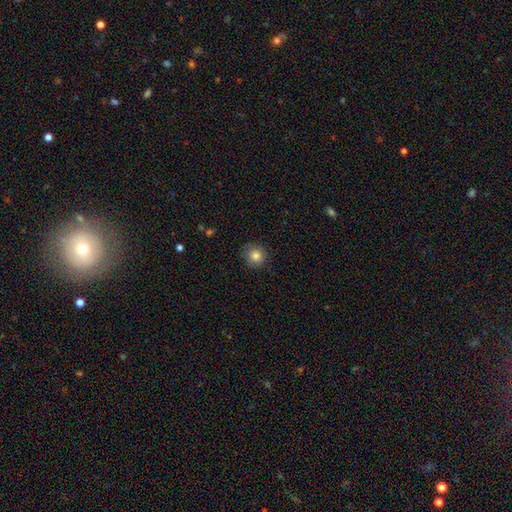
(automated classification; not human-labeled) This is clearly a smooth galaxy (83%). How rounded: clearly round (89%). Merging: clearly none (82%).